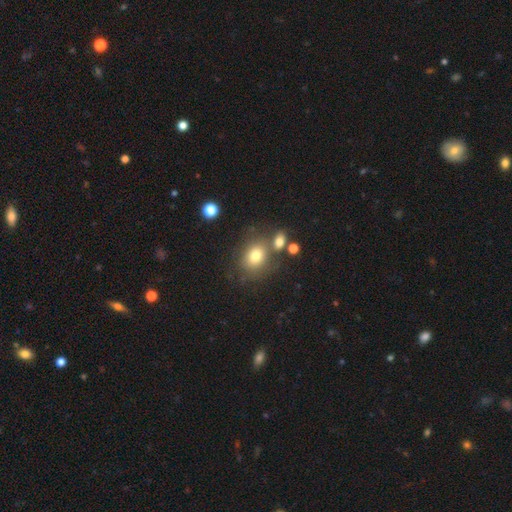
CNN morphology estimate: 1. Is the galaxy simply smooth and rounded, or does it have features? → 75% smooth, 12% star or artifact, 12% featured or disk.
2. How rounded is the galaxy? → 56% round, 43% in between, 1% cigar-shaped.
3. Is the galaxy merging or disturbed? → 63% none, 18% merger, 13% minor disturbance, 6% major disturbance.